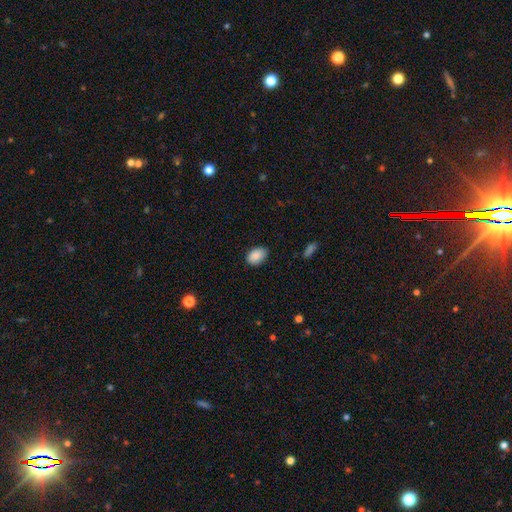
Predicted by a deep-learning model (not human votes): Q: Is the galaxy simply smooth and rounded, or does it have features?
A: smooth — 89%.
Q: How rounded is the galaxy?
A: in between — 86%.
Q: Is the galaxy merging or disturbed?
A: none — 83%.